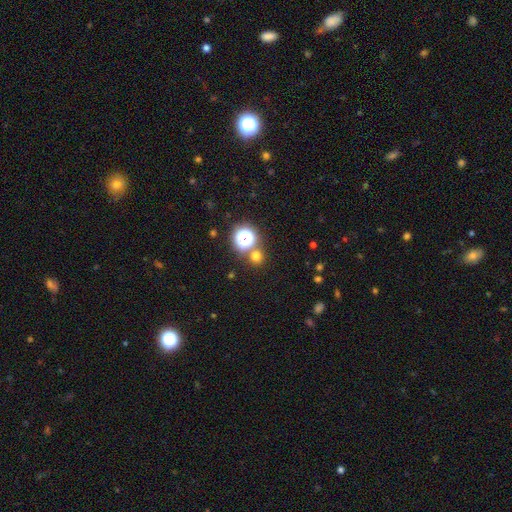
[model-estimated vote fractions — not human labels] Morphology: type=smooth (66%); roundness=round (91%); merging=none (76%).